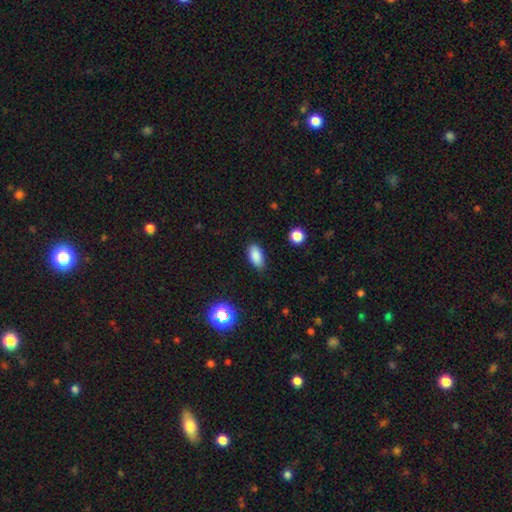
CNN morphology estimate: This appears to be a smooth galaxy with no disk features (85%) that is in between round and cigar-shaped (91%). Merging: none (83%).